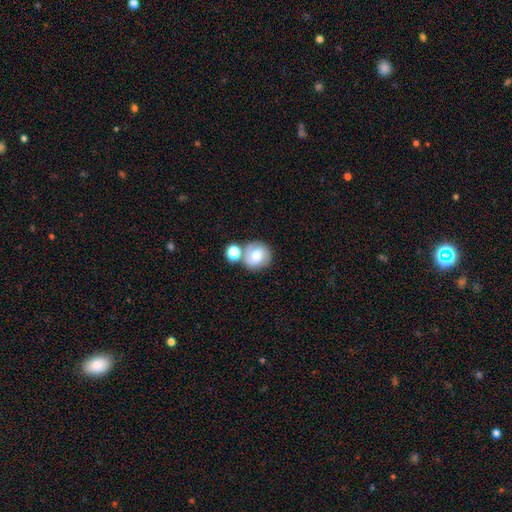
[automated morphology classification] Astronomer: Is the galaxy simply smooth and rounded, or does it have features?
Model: smooth — 55% (runner-up: featured or disk, 34%).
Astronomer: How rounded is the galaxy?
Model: round — 83%.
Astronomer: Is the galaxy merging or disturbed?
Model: none — 57%.